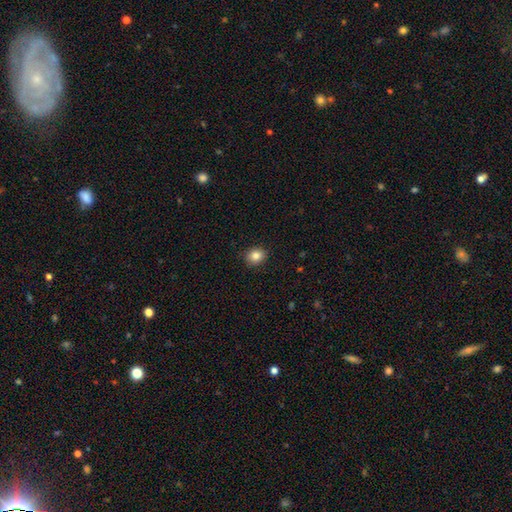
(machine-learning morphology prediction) smooth 85%, star or artifact 10%, featured or disk 6%. Down the decision tree: how rounded — round (62%); merging — none (89%).